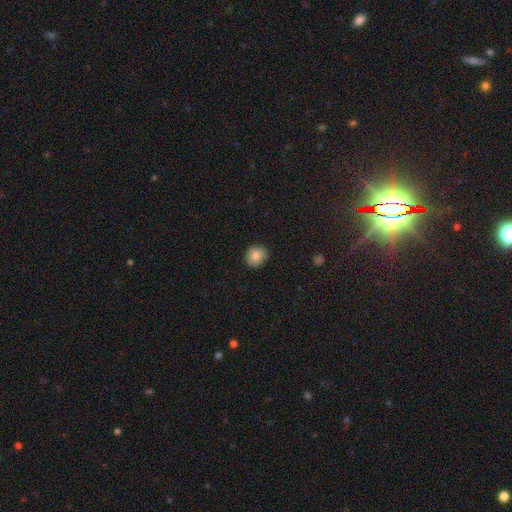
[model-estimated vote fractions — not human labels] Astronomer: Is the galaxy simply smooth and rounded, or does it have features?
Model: smooth — 85%.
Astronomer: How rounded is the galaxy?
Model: round — 83%.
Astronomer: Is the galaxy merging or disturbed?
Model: none — 86%.